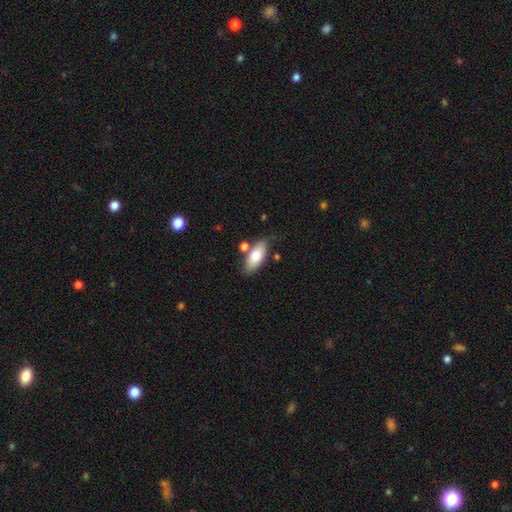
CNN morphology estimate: smooth_or_featured: smooth (p=0.73) [alt: featured or disk p=0.21]
how_rounded: in between (p=0.85) [alt: cigar-shaped p=0.13]
merging: none (p=0.74) [alt: minor disturbance p=0.13]